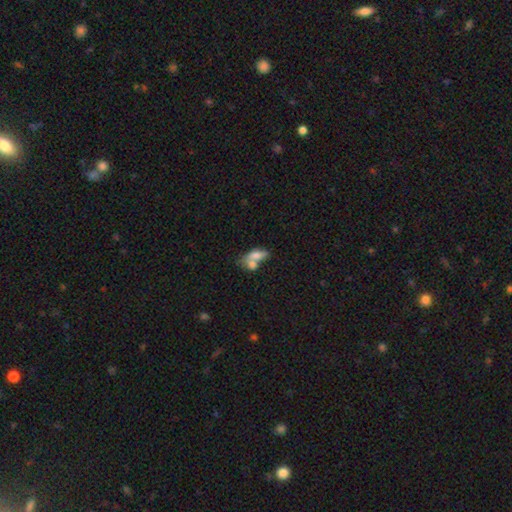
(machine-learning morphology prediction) Smooth or featured? Predicted: smooth (p=0.66). How rounded? Predicted: in between (p=0.78). Merging? Predicted: merger (p=0.58).